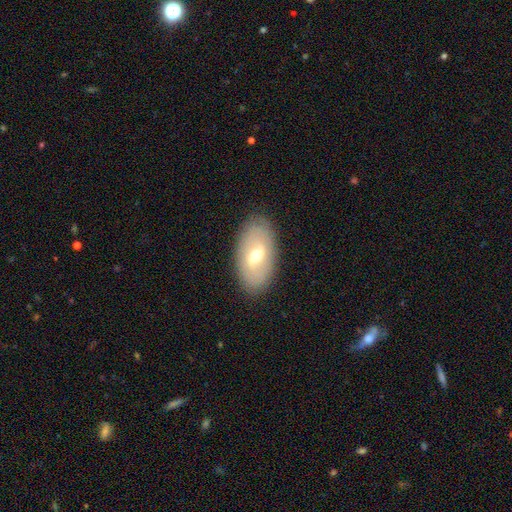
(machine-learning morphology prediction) Smooth or featured: featured or disk — 50% (smooth — 43%)
Edge-on disk: no — 87% (yes — 13%)
Merging: none — 85% (minor disturbance — 11%)